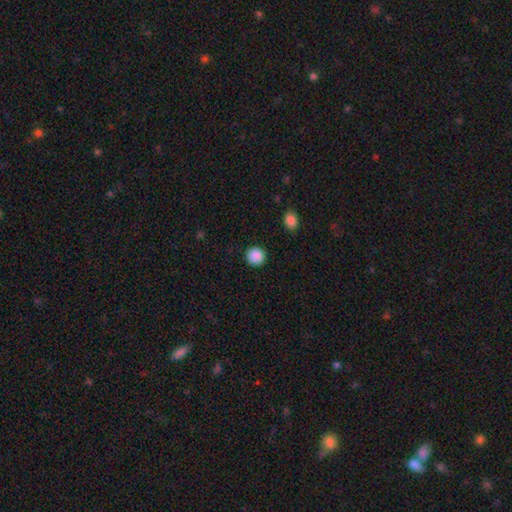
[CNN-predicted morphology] This appears to be a smooth galaxy with no disk features (89%) that is round (92%). Merging: none (90%).